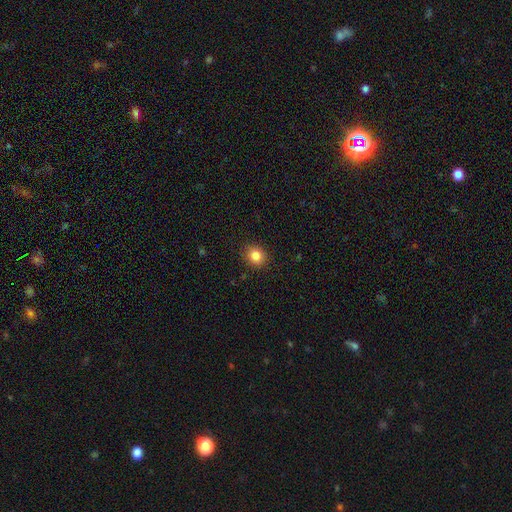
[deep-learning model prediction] Overall: smooth (84%). How rounded: round (71%). Merging: none (89%).